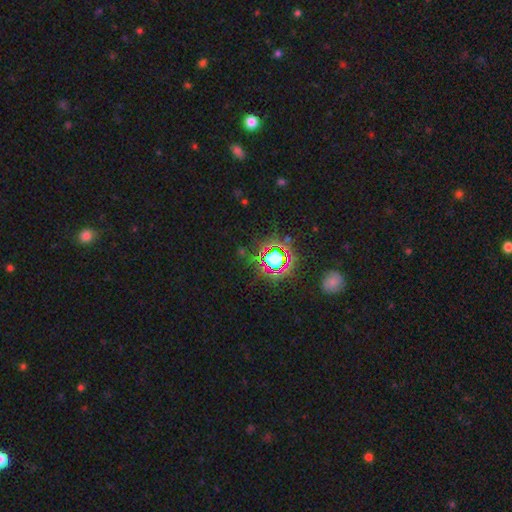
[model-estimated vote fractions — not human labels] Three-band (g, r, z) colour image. It shows a star or artifact, not a galaxy (79%).